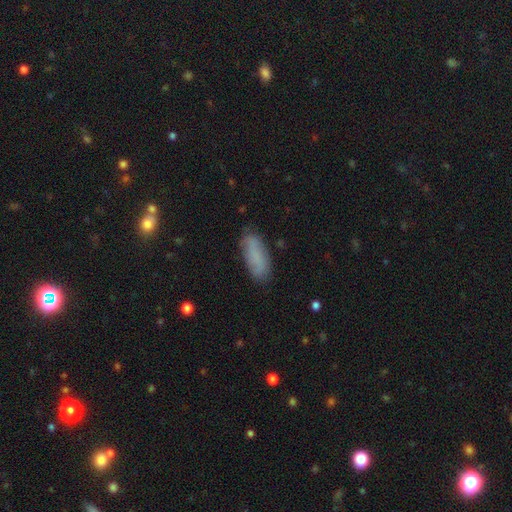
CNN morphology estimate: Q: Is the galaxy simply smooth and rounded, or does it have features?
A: smooth — 78%.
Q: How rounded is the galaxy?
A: in between — 71%.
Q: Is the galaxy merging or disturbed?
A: none — 79%.